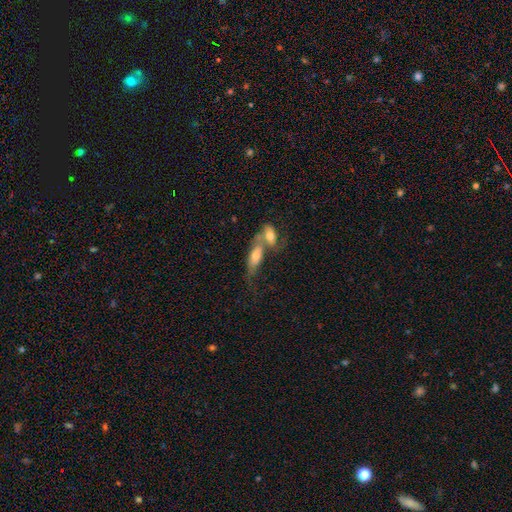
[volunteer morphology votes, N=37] Smooth or featured?
  - smooth: 78% *
  - featured or disk: 14%
  - star or artifact: 8%
How rounded?
  - in between: 72% *
  - cigar-shaped: 24%
  - round: 3%
Merging?
  - merger: 79% *
  - none: 9%
  - major disturbance: 9%
  - minor disturbance: 3%